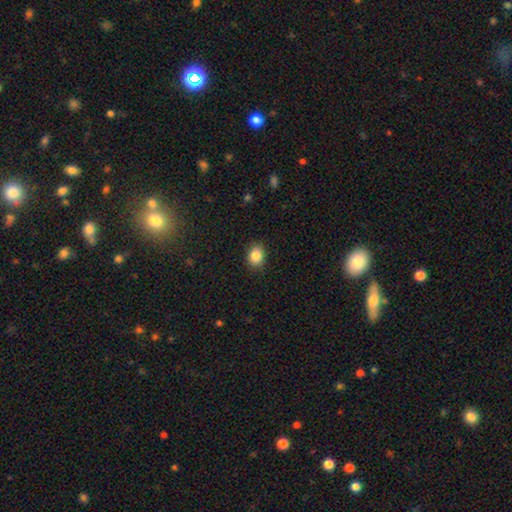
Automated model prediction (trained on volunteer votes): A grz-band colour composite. It shows a smooth galaxy with no disk features (86%) that is in between round and cigar-shaped (60%). Merging: none (88%).